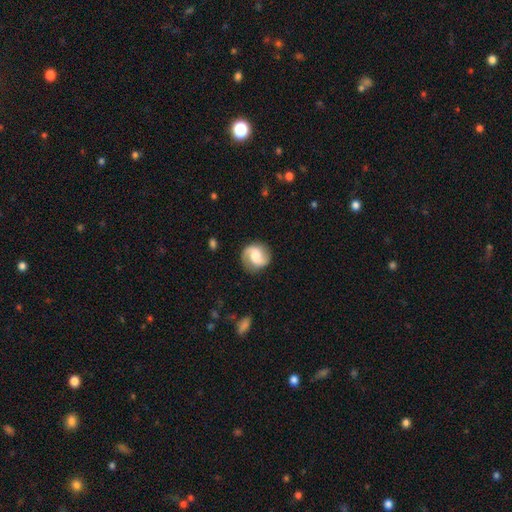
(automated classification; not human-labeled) Overall: featured or disk (70%). Edge-on disk: no (98%). Bar: weak (46%; no 39%). Spiral arms: yes (95%). Spiral arm count: 2 (90%). Spiral winding: medium (43%; loose 40%). Bulge size: moderate (43%; small 24%). Merging: none (83%).